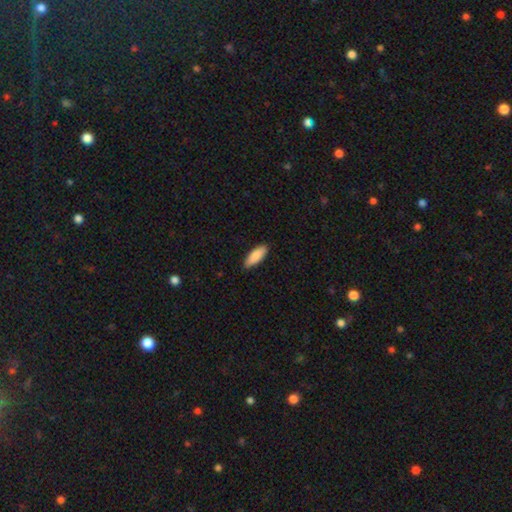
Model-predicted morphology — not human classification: Smooth or featured?
  - smooth: 89% *
  - featured or disk: 6%
  - star or artifact: 5%
How rounded?
  - in between: 67% *
  - cigar-shaped: 31%
  - round: 2%
Merging?
  - none: 89% *
  - minor disturbance: 8%
  - major disturbance: 2%
  - merger: 1%